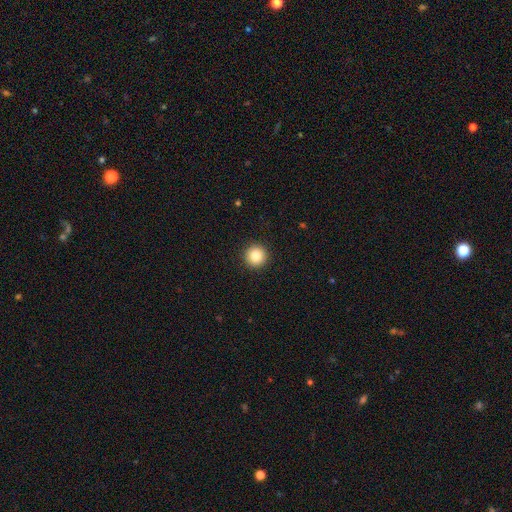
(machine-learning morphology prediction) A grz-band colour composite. It shows a smooth galaxy with no disk features (83%) that is round (96%). Merging: none (93%).